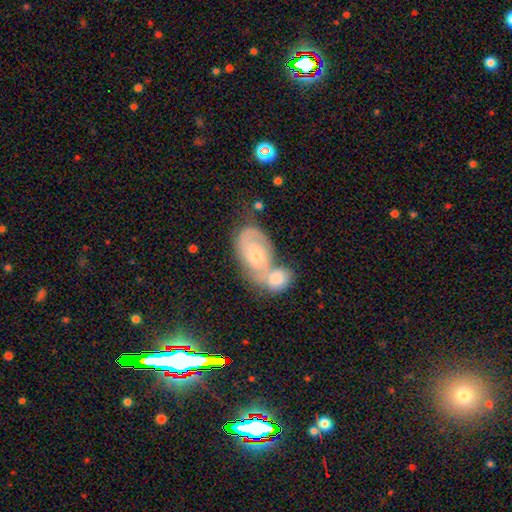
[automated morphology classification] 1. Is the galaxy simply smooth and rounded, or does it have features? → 60% featured or disk, 26% smooth, 15% star or artifact.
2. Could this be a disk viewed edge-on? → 94% no, 6% yes.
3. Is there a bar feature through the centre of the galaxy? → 68% no, 25% weak, 7% strong.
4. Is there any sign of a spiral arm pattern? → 78% yes, 22% no.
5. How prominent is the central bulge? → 57% small, 37% moderate, 3% none, 2% large, 1% dominant.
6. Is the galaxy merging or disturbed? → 54% merger, 30% none, 10% minor disturbance, 5% major disturbance.